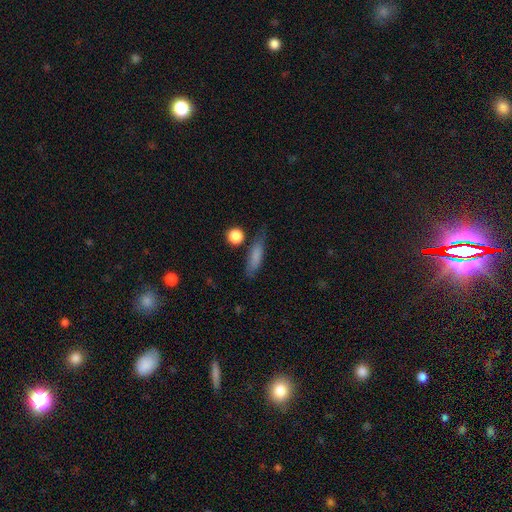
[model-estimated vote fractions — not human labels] smooth_or_featured: smooth (p=0.78) [alt: featured or disk p=0.14]
how_rounded: cigar-shaped (p=0.62) [alt: in between p=0.34]
merging: none (p=0.66) [alt: minor disturbance p=0.22]